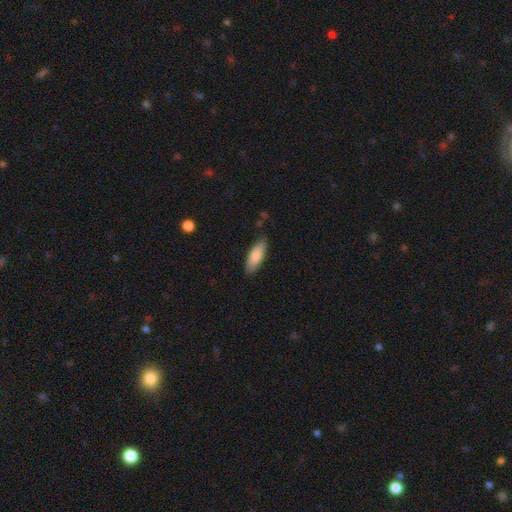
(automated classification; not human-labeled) This appears to be a smooth galaxy with no disk features (80%) that is in between round and cigar-shaped (65%). Merging: none (83%).